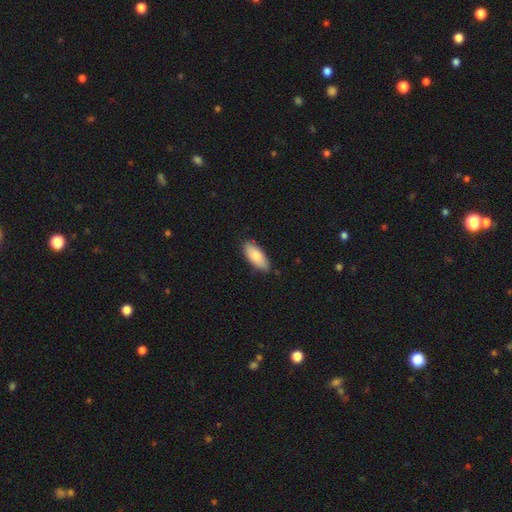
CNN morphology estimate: Smooth or featured? Predicted: smooth (p=0.84). How rounded? Predicted: in between (p=0.84). Merging? Predicted: none (p=0.84).